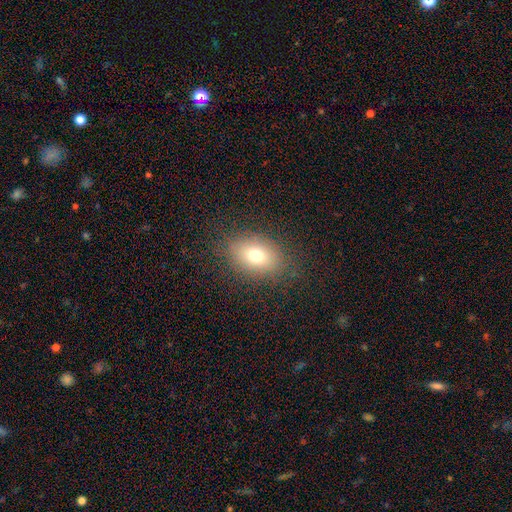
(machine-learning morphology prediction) smooth_or_featured: smooth (p=0.73) [alt: featured or disk p=0.13]
how_rounded: in between (p=0.69) [alt: round p=0.29]
merging: none (p=0.83) [alt: minor disturbance p=0.11]